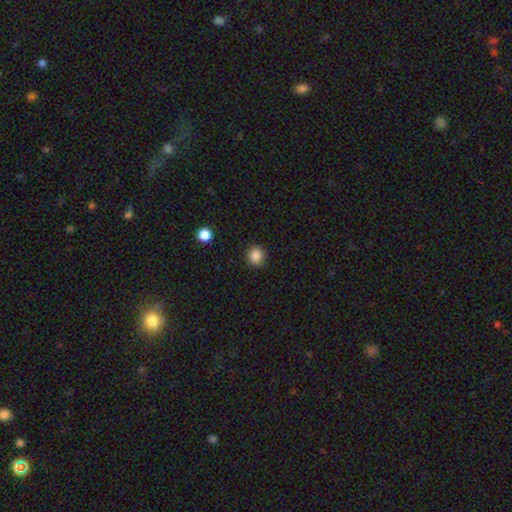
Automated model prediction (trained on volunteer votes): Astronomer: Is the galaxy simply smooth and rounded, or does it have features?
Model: smooth — 86%.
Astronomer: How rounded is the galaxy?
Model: round — 88%.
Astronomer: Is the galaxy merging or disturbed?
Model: none — 90%.